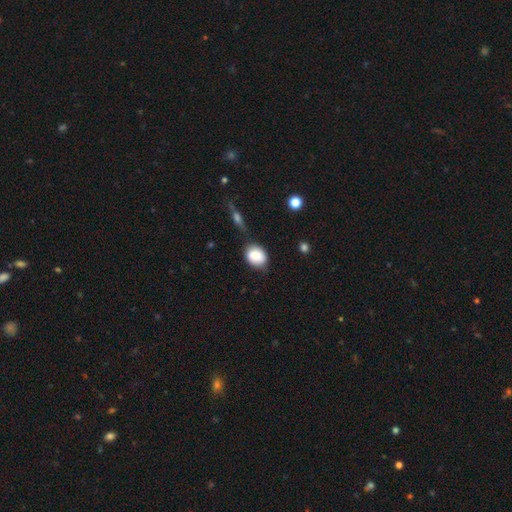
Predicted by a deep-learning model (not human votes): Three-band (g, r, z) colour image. It shows a smooth galaxy with no disk features (81%) that is in between round and cigar-shaped (57%). Merging: none (66%).